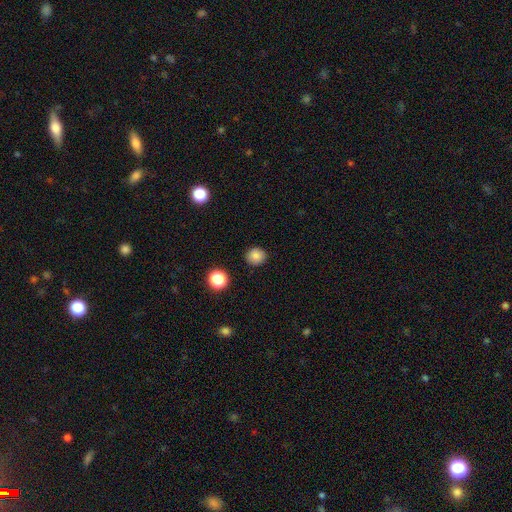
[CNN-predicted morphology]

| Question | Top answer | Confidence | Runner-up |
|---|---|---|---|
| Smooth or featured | smooth | 84% | star or artifact (11%) |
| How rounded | round | 88% | in between (11%) |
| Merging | none | 90% | minor disturbance (7%) |